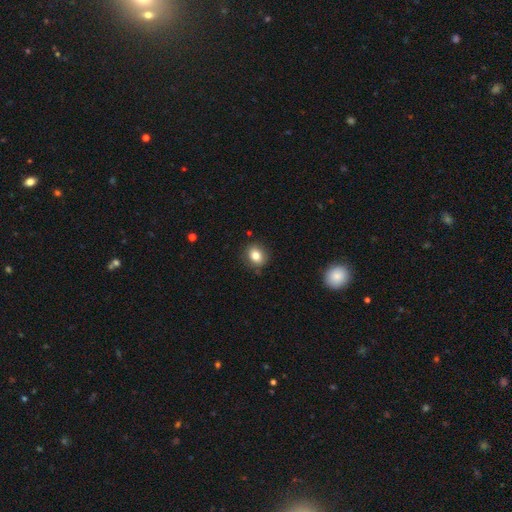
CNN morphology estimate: Smooth or featured: smooth — 80% (featured or disk — 10%)
How rounded: round — 57% (in between — 42%)
Merging: none — 83% (minor disturbance — 13%)